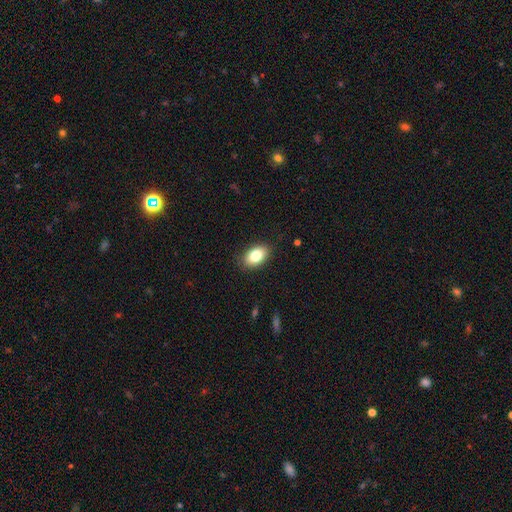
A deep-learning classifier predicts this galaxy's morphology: Smooth or featured? smooth (82%)
How rounded? in between (90%)
Merging? none (86%)